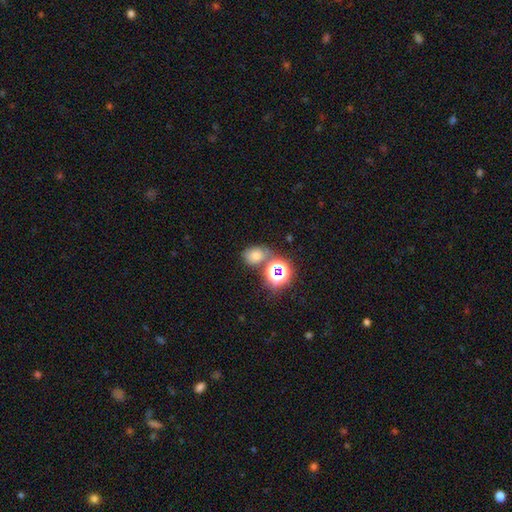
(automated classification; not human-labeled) A smooth galaxy with no disk features (60%) that is in between round and cigar-shaped (51%). Merging: none (60%).